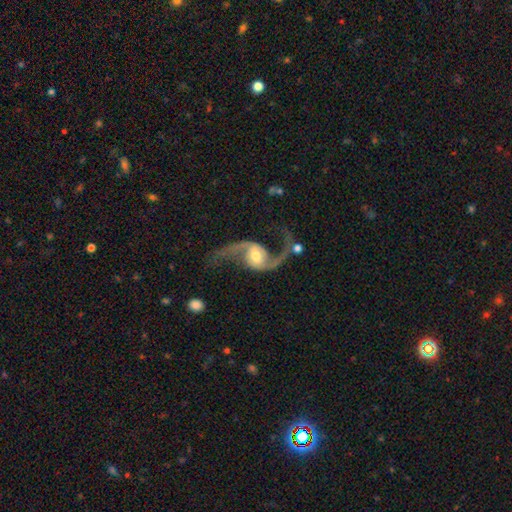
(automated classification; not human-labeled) Morphology: type=featured or disk (92%); edge-on=no (97%); bar=weak (43%); spiral arms=yes (97%); winding=loose (85%); arm count=2 (94%); bulge=moderate (63%); merging=none (66%).